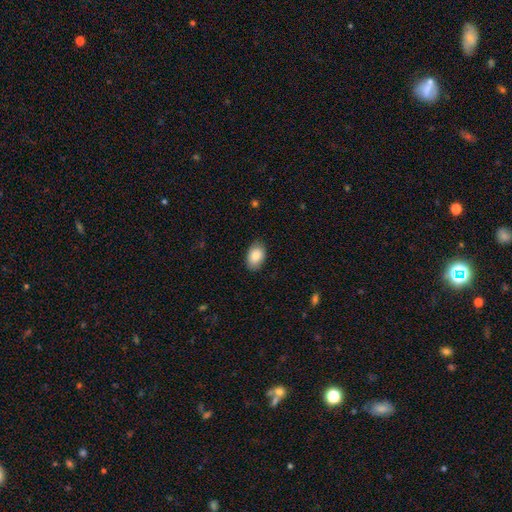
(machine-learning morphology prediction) Smooth or featured? Predicted: smooth (p=0.86). How rounded? Predicted: in between (p=0.88). Merging? Predicted: none (p=0.84).